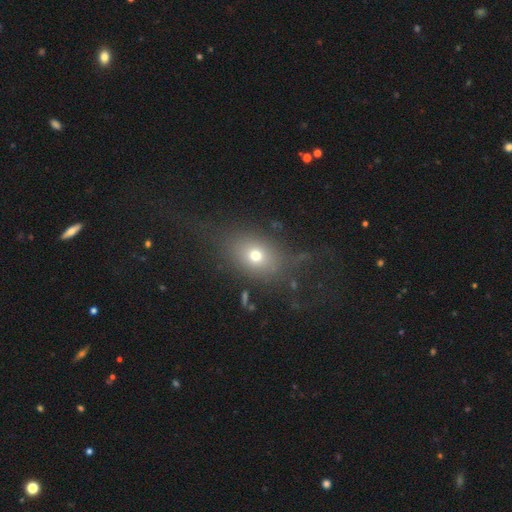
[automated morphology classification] Smooth or featured?
  - smooth: 68% *
  - star or artifact: 17%
  - featured or disk: 15%
How rounded?
  - in between: 56% *
  - round: 42%
  - cigar-shaped: 2%
Merging?
  - none: 70% *
  - minor disturbance: 14%
  - major disturbance: 13%
  - merger: 3%